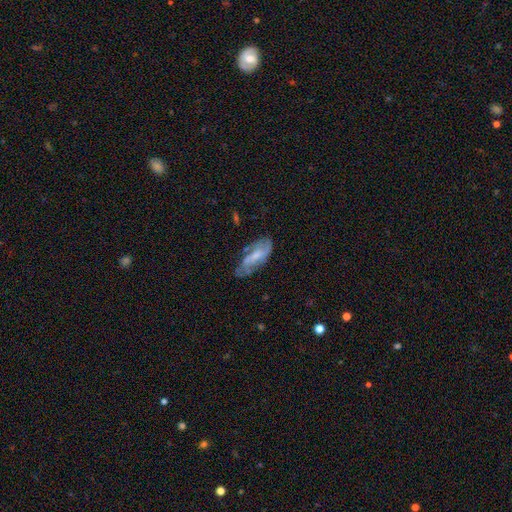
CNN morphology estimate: Smooth or featured? Predicted: featured or disk (p=0.57). Edge-on disk? Predicted: no (p=0.86). Merging? Predicted: none (p=0.56).